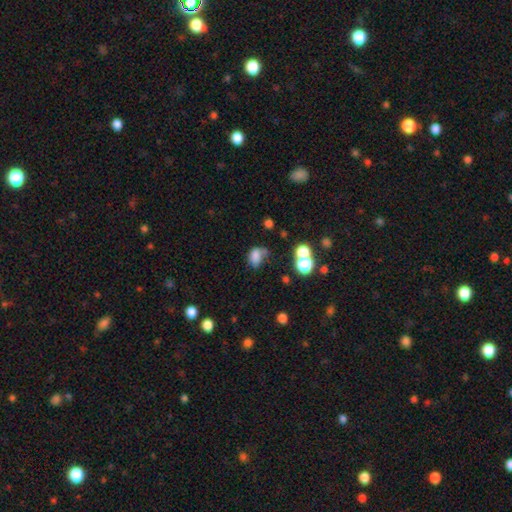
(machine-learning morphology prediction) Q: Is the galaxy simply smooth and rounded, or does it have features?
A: smooth — 73%.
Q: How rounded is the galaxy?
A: in between — 69%.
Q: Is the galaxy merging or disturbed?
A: none — 35%.